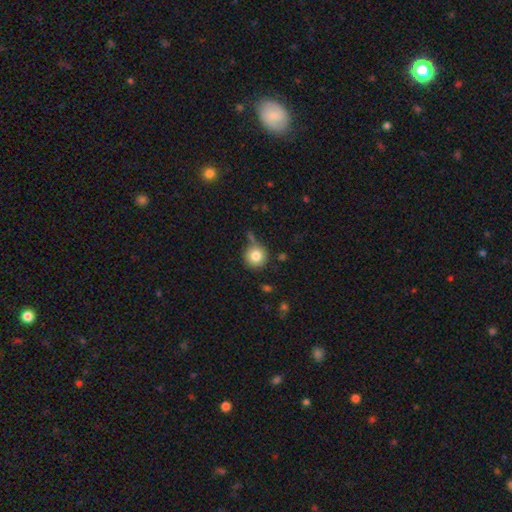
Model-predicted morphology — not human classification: A smooth galaxy with no disk features (82%) that is round (94%).

Vote fractions:
- Smooth or featured? smooth: 82% / star or artifact: 10% / featured or disk: 8%
- How rounded? round: 94% / in between: 5% / cigar-shaped: 1%
- Merging? none: 66% / minor disturbance: 19% / merger: 8% / major disturbance: 7%